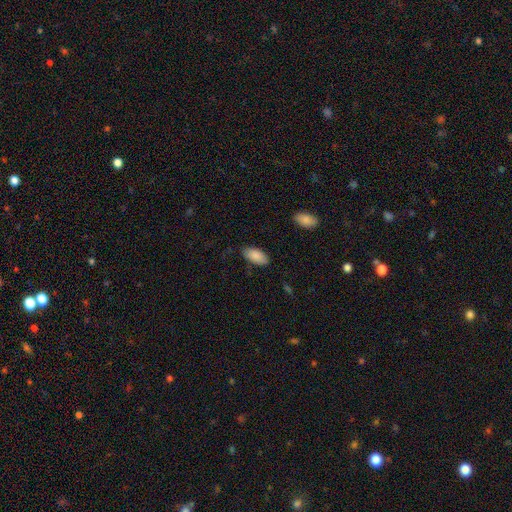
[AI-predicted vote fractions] Smooth or featured: smooth — 88% (star or artifact — 6%)
How rounded: in between — 94% (cigar-shaped — 4%)
Merging: none — 82% (minor disturbance — 14%)